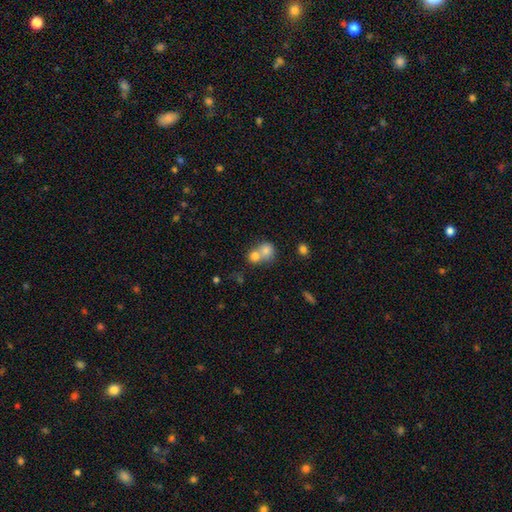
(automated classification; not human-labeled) Smooth or featured? smooth (75%)
How rounded? round (77%)
Merging? merger (64%)